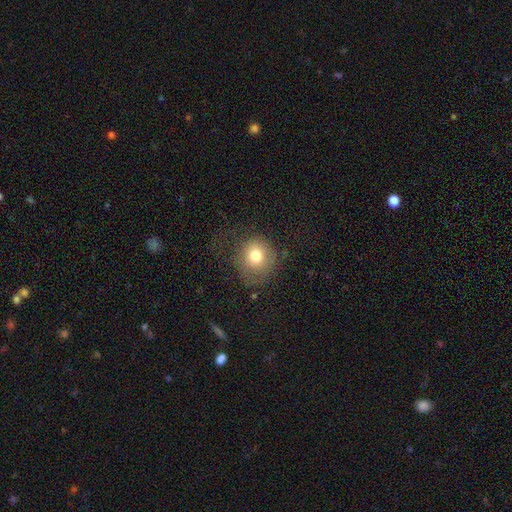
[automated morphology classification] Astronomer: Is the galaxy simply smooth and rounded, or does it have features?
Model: smooth — 75%.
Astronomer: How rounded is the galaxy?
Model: round — 84%.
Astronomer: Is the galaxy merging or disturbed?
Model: none — 59%.